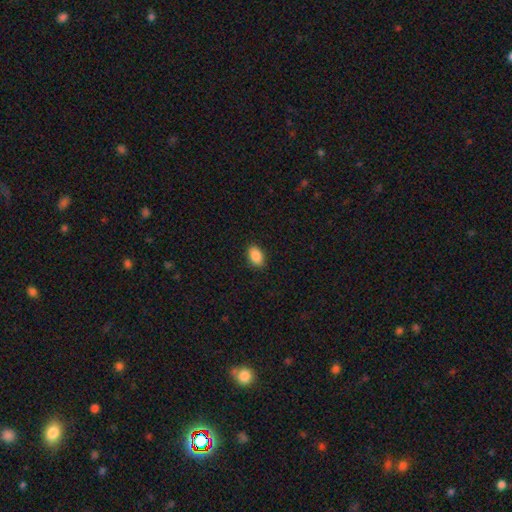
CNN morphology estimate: A smooth galaxy with no disk features (89%) that is in between round and cigar-shaped (91%). Merging: none (89%).